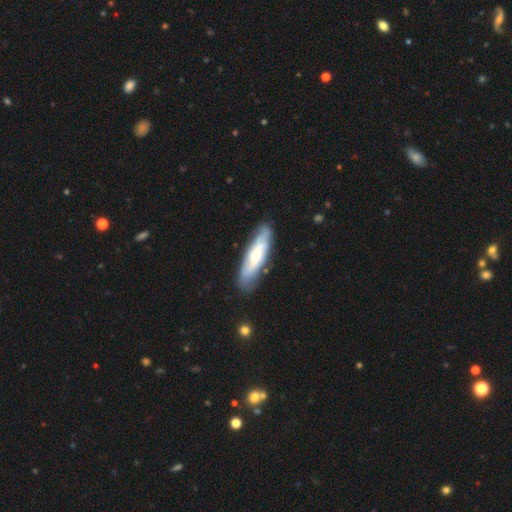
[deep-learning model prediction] Smooth or featured? Predicted: featured or disk (p=0.60). Edge-on disk? Predicted: no (p=0.64). Merging? Predicted: none (p=0.80).